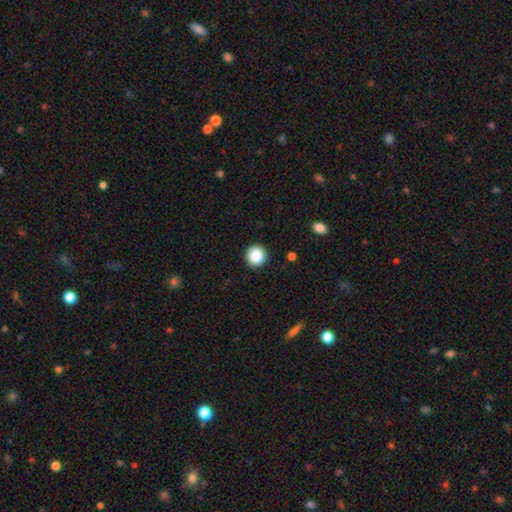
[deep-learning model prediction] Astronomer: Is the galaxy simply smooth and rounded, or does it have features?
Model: smooth — 86%.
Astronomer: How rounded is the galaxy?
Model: round — 94%.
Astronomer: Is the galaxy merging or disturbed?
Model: none — 92%.